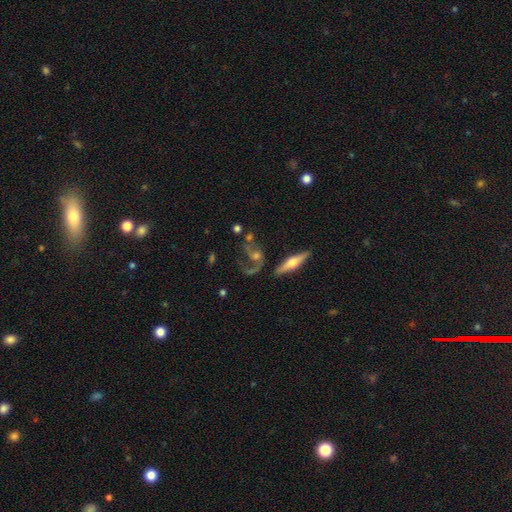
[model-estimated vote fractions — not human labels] smooth-or-featured: featured or disk: 70% | smooth: 19% | star or artifact: 11%
  disk-edge-on: no: 75% | yes: 25%
    bar: no: 74% | weak: 20% | strong: 6%
    has-spiral-arms: yes: 73% | no: 27%
    bulge-size: moderate: 43% | small: 30% | none: 12% | large: 11% | dominant: 3%
  merging: none: 45% | major disturbance: 26% | minor disturbance: 17% | merger: 12%